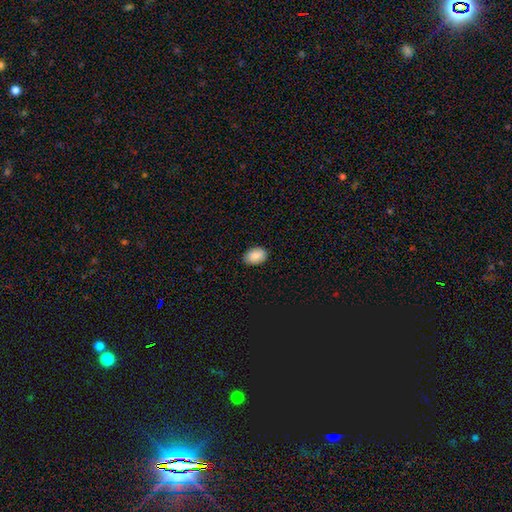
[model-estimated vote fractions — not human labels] Smooth or featured: smooth — 88% (star or artifact — 7%)
How rounded: in between — 78% (round — 21%)
Merging: none — 86% (minor disturbance — 11%)